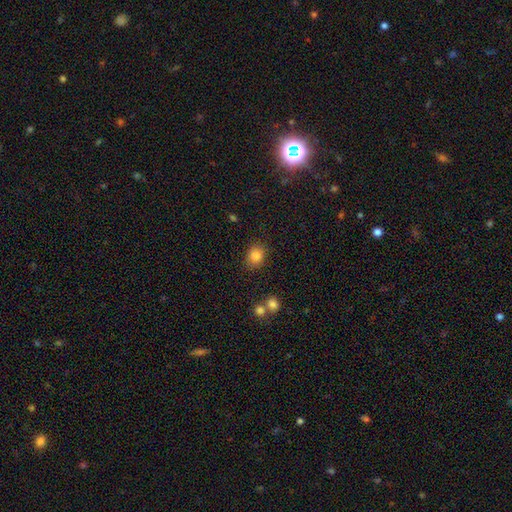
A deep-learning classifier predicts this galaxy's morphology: Q: Smooth or featured?
A: smooth (85%); runner-up: star or artifact (10%)
Q: How rounded?
A: round (56%); runner-up: in between (43%)
Q: Merging?
A: none (82%); runner-up: minor disturbance (12%)